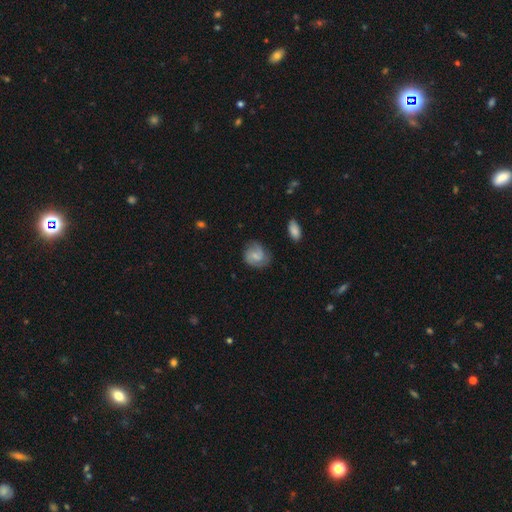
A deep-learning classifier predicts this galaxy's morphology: Smooth or featured? featured or disk (53%)
Edge-on disk? no (97%)
Bar? no (49%)
Spiral arms? yes (90%)
Bulge size? small (52%)
Merging? none (68%)